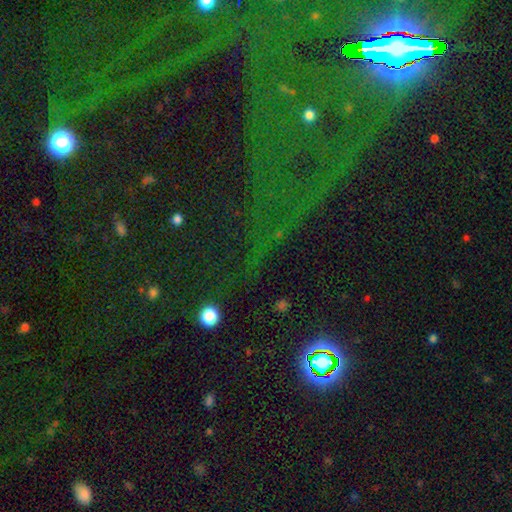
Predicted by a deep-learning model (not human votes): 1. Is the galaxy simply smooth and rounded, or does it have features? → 76% star or artifact, 13% smooth, 10% featured or disk.